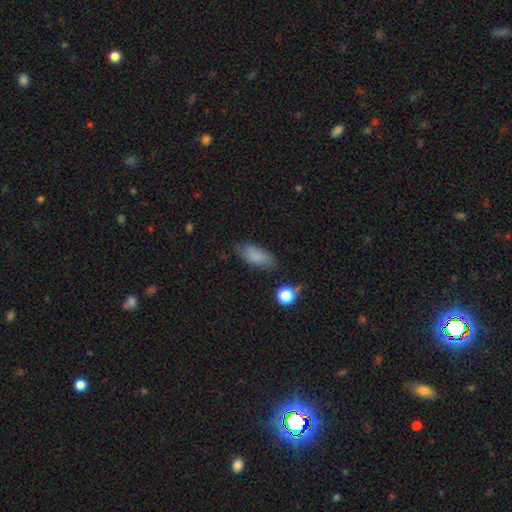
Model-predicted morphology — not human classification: A smooth galaxy with no disk features (80%) that is in between round and cigar-shaped (83%). Merging: none (70%).